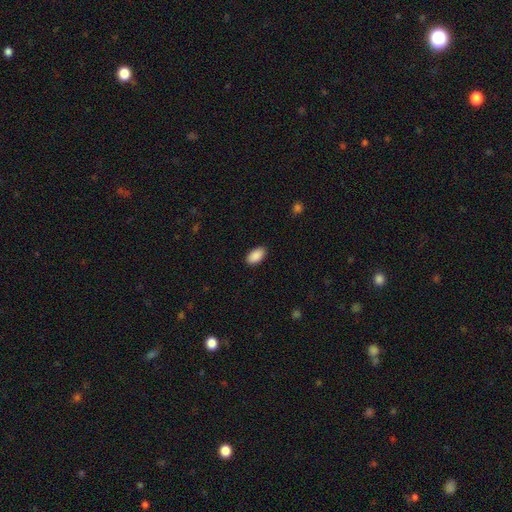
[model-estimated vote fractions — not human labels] Smooth or featured? Predicted: smooth (p=0.91). How rounded? Predicted: in between (p=0.95). Merging? Predicted: none (p=0.88).